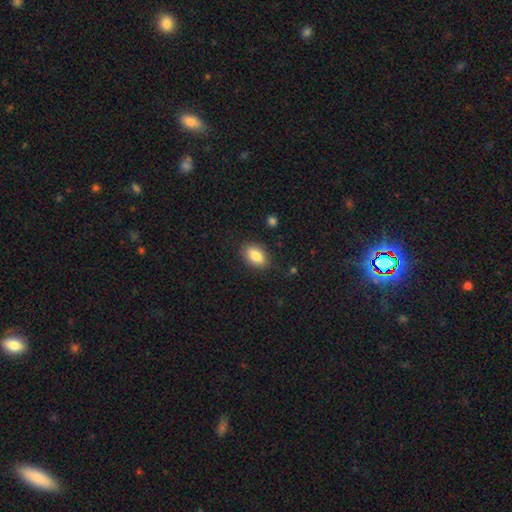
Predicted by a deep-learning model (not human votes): smooth_or_featured: smooth (p=0.85) [alt: featured or disk p=0.08]
how_rounded: in between (p=0.89) [alt: round p=0.07]
merging: none (p=0.86) [alt: minor disturbance p=0.10]